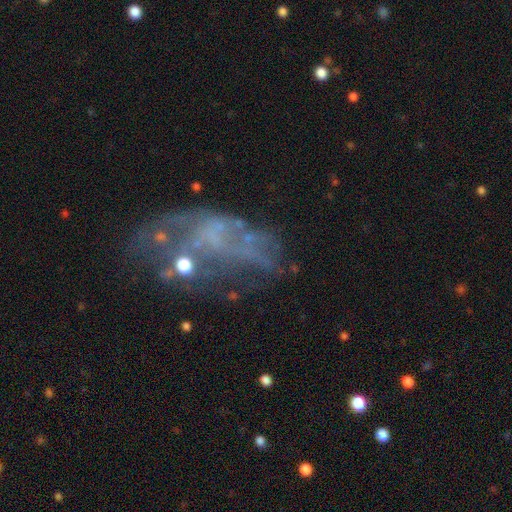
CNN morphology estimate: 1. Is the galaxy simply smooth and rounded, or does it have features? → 56% featured or disk, 24% star or artifact, 20% smooth.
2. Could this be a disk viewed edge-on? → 95% no, 5% yes.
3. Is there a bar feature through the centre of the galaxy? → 86% no, 10% weak, 4% strong.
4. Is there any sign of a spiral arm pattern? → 81% no, 19% yes.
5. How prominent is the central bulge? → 74% none, 18% small, 6% moderate, 2% large, 1% dominant.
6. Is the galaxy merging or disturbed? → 37% major disturbance, 35% none, 17% minor disturbance, 12% merger.